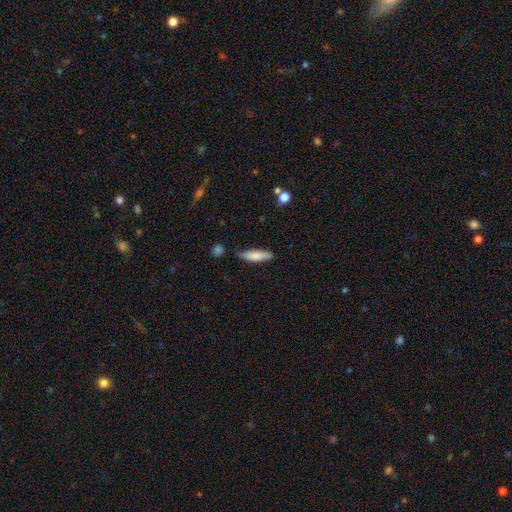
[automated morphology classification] The model was most divided on "how rounded": cigar-shaped: 63%, in between: 35%, round: 2%. More confident: smooth or featured — smooth (79%); merging — none (78%).